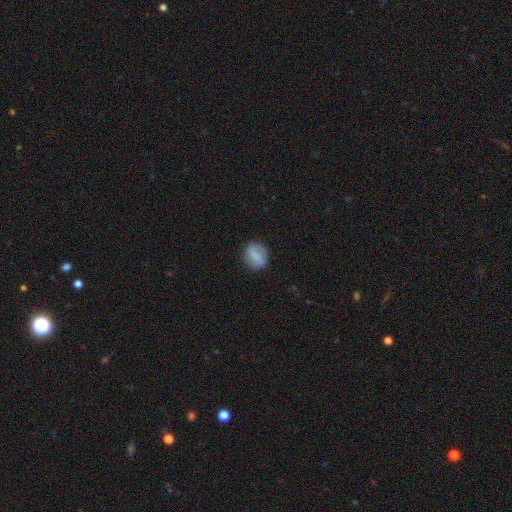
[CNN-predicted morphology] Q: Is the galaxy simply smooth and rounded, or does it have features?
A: smooth — 74%.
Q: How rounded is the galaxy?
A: round — 63%.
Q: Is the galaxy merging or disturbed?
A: none — 85%.